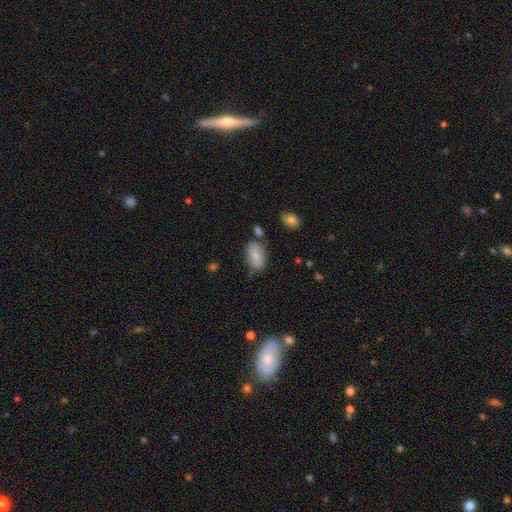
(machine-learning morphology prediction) Smooth or featured: smooth — 70% (featured or disk — 22%)
How rounded: in between — 88% (round — 10%)
Merging: none — 66% (minor disturbance — 22%)